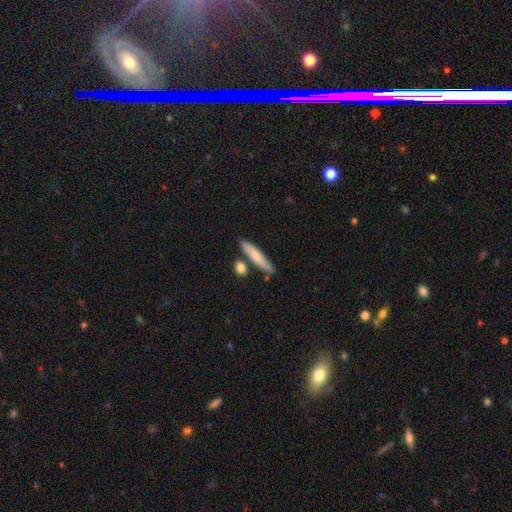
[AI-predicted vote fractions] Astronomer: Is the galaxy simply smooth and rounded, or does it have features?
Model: smooth — 76%.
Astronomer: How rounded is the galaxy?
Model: cigar-shaped — 83%.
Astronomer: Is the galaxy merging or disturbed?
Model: none — 75%.